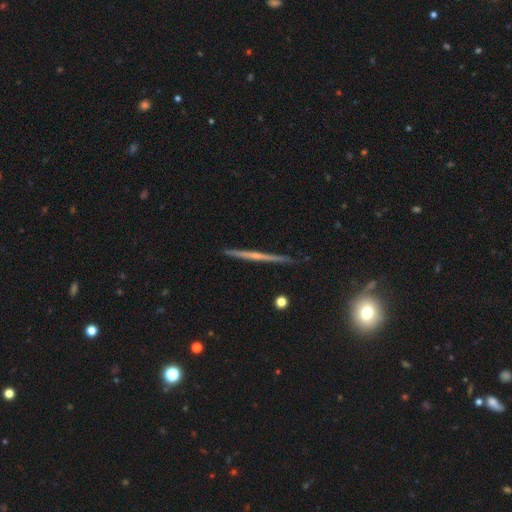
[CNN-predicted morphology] A featured or disk galaxy (69%) viewed edge-on (97%) with no central bulge (56%). Merging: none (89%).